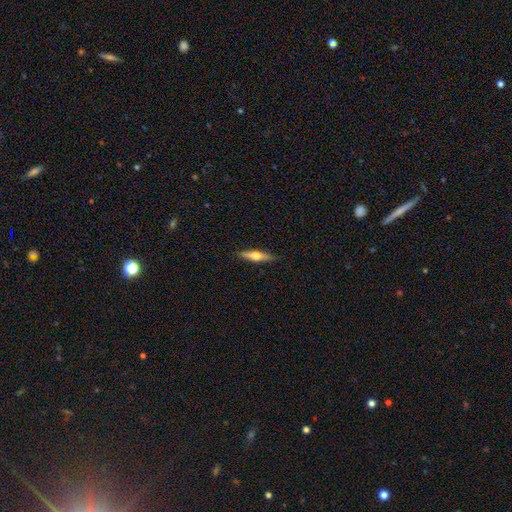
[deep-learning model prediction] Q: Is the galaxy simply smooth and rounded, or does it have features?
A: featured or disk — 55%.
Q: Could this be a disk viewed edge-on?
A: yes — 95%.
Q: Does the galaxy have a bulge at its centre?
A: rounded — 92%.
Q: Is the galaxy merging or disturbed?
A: none — 89%.